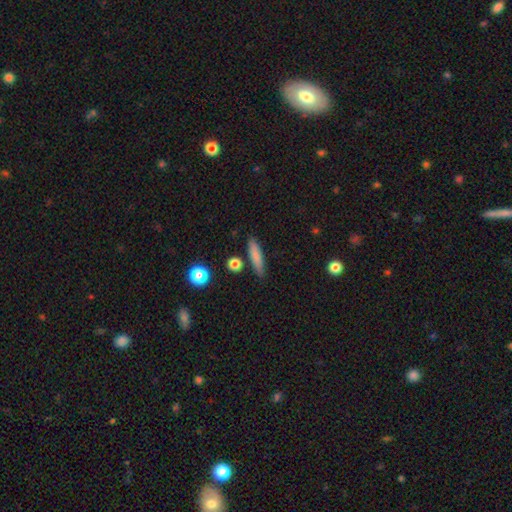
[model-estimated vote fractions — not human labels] Morphology: type=smooth (78%); roundness=cigar-shaped (78%); merging=none (82%).